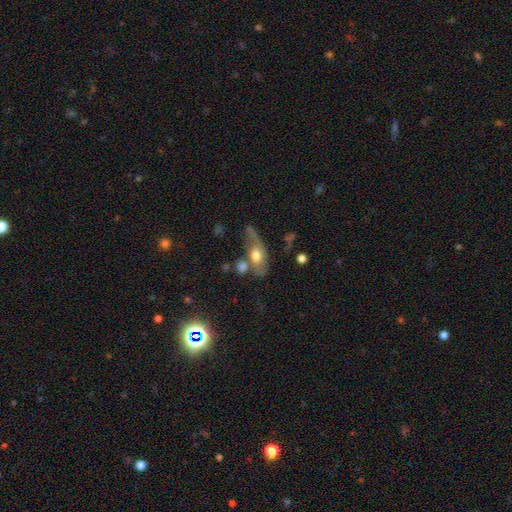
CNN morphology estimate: Overall: smooth (51%; featured or disk 40%). How rounded: in between (80%). Merging: none (34%; minor disturbance 22%).